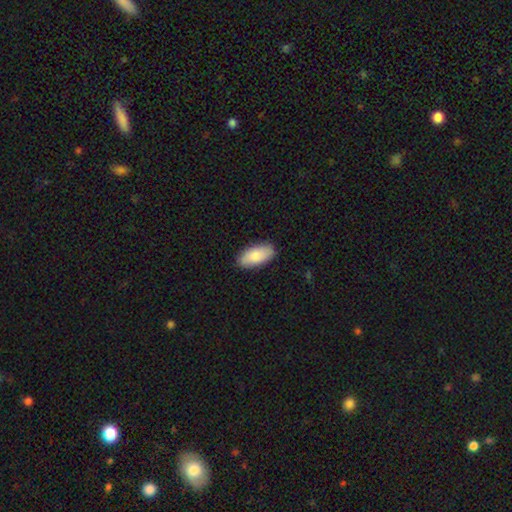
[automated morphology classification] Smooth or featured: smooth — 85% (featured or disk — 10%)
How rounded: in between — 92% (cigar-shaped — 6%)
Merging: none — 87% (minor disturbance — 10%)